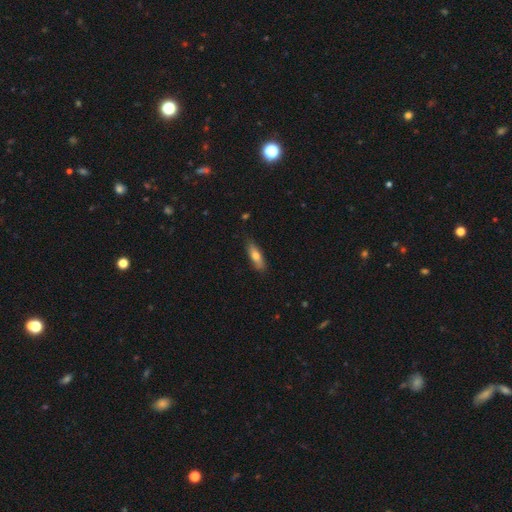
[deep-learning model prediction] A smooth galaxy with no disk features (71%) that is cigar-shaped (50%).

Vote fractions:
- Smooth or featured? smooth: 71% / featured or disk: 22% / star or artifact: 6%
- How rounded? cigar-shaped: 50% / in between: 47% / round: 2%
- Merging? none: 83% / minor disturbance: 14% / major disturbance: 2% / merger: 1%